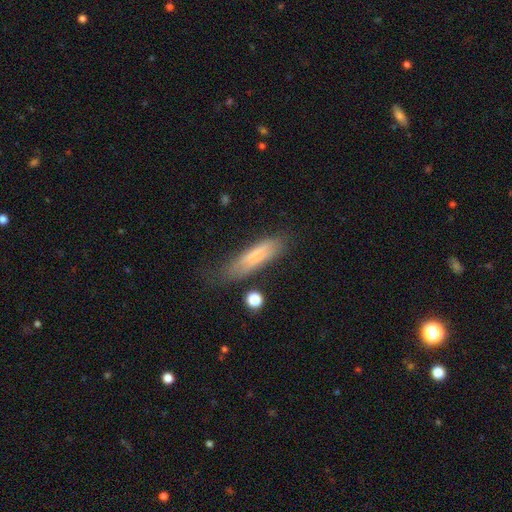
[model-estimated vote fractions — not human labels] The model was most divided on "merging": none: 59%, minor disturbance: 27%, major disturbance: 10%, merger: 3%. More confident: how rounded — cigar-shaped (70%); smooth or featured — smooth (69%).